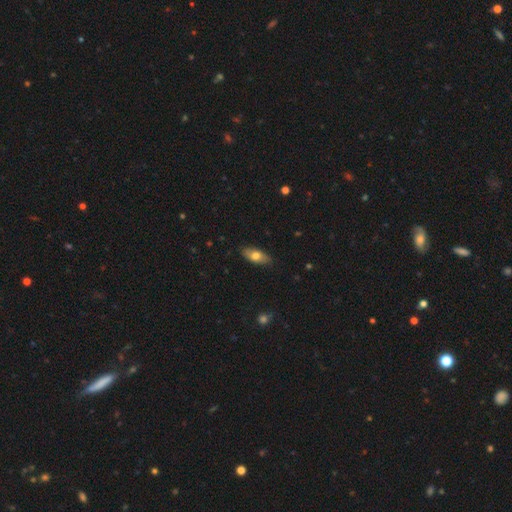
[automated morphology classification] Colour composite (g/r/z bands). It shows a smooth galaxy with no disk features (70%) that is in between round and cigar-shaped (79%). Merging: none (86%).